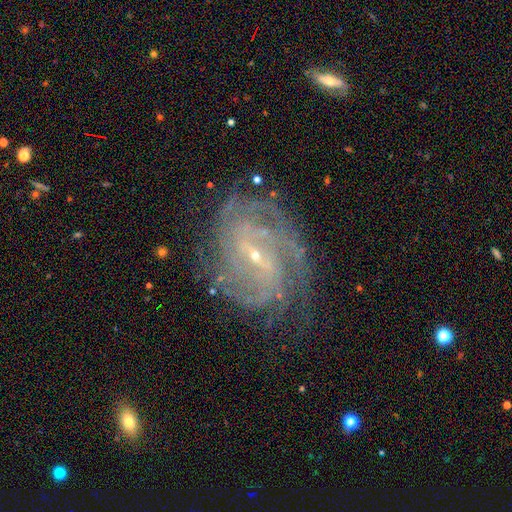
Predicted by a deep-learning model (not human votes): Smooth or featured: featured or disk — 89% (star or artifact — 6%)
Edge-on disk: no — 97% (yes — 3%)
Bar: weak — 47% (strong — 33%)
Spiral arms: yes — 96% (no — 4%)
Spiral winding: tight — 53% (medium — 37%)
Spiral arm count: can't tell — 27% (2 — 23%)
Bulge size: small — 84% (moderate — 12%)
Merging: none — 70% (minor disturbance — 18%)